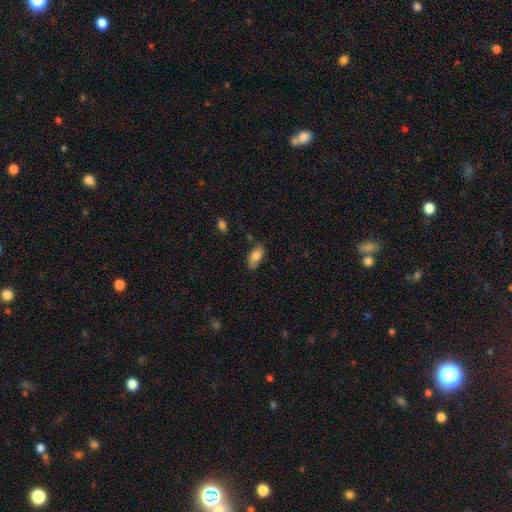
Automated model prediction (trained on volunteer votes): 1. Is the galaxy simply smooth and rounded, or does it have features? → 79% smooth, 14% featured or disk, 7% star or artifact.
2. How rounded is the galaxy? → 89% in between, 8% cigar-shaped, 3% round.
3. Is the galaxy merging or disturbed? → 73% none, 20% minor disturbance, 4% major disturbance, 3% merger.